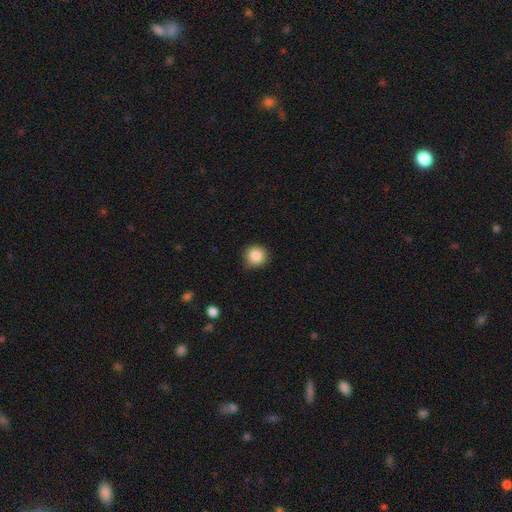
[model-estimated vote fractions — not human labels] This appears to be a smooth galaxy with no disk features (85%) that is round (94%). Merging: none (84%).